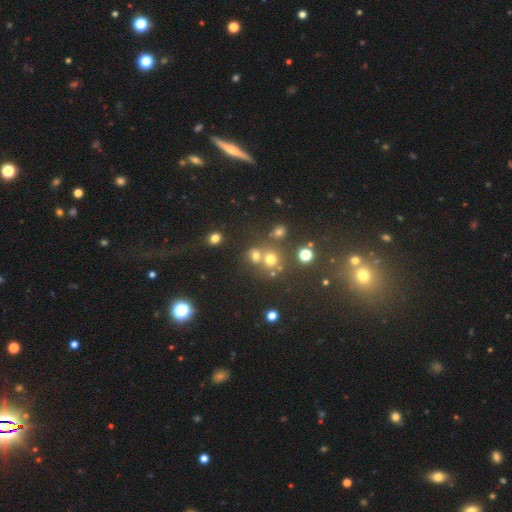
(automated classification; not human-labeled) Smooth or featured?
  - smooth: 66% *
  - star or artifact: 24%
  - featured or disk: 10%
How rounded?
  - round: 82% *
  - in between: 17%
  - cigar-shaped: 1%
Merging?
  - none: 54% *
  - merger: 34%
  - minor disturbance: 8%
  - major disturbance: 4%